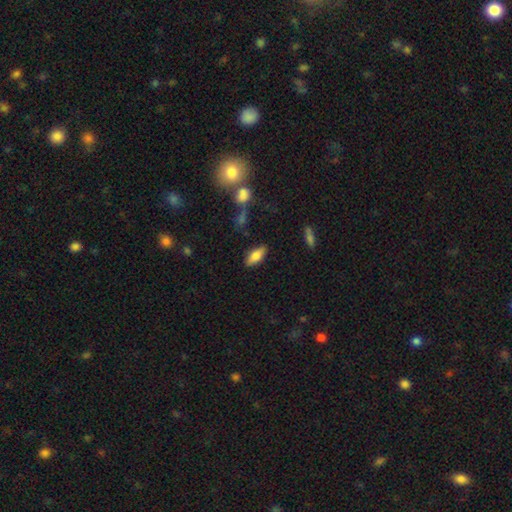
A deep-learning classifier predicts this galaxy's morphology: type=smooth (72%); roundness=in between (79%); merging=none (85%).